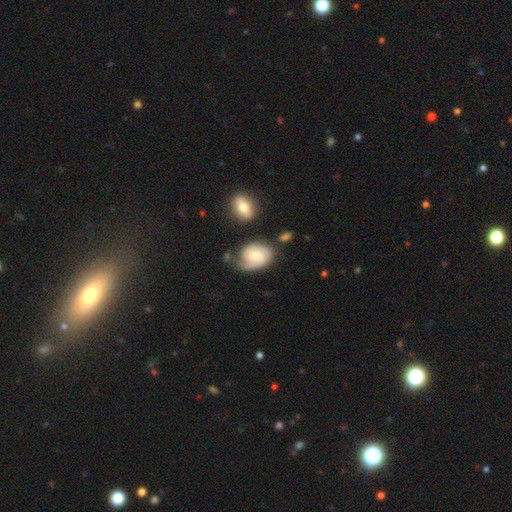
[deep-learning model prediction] smooth-or-featured: featured or disk: 59% | smooth: 35% | star or artifact: 7%
  disk-edge-on: no: 97% | yes: 3%
    bar: no: 66% | weak: 30% | strong: 4%
    has-spiral-arms: yes: 88% | no: 12%
      spiral-winding: tight: 44% | medium: 37% | loose: 19%
      spiral-arm-count: 2: 47% | 1: 26% | can't tell: 18% | 3: 5% | 4: 1% | more than 4: 1%
    bulge-size: moderate: 51% | small: 40% | large: 4% | none: 3% | dominant: 1%
  merging: none: 52% | minor disturbance: 27% | major disturbance: 13% | merger: 7%